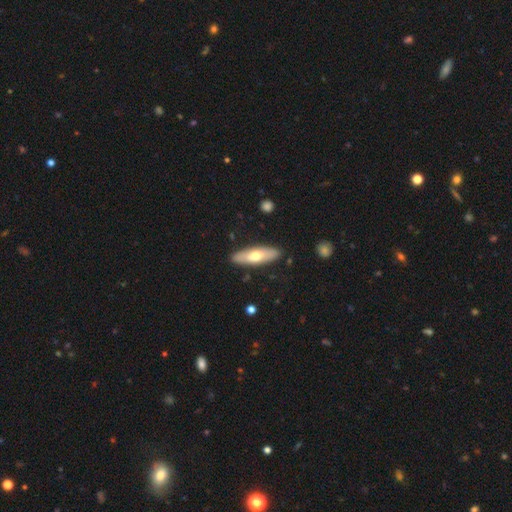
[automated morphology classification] Smooth or featured: smooth — 57% (featured or disk — 38%)
How rounded: in between — 50% (cigar-shaped — 48%)
Merging: none — 87% (minor disturbance — 10%)